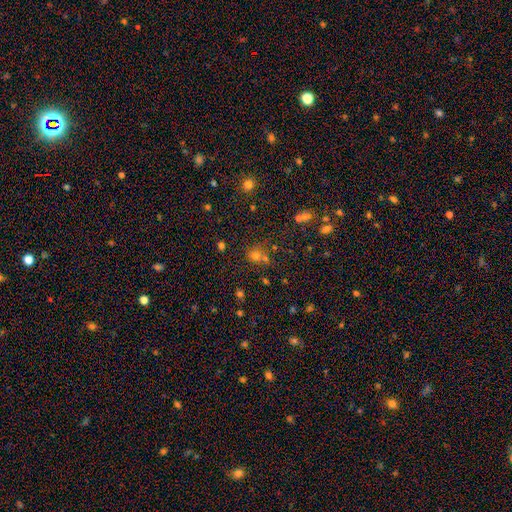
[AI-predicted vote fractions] The model was most divided on "merging": none: 58%, merger: 26%, minor disturbance: 11%, major disturbance: 5%. More confident: how rounded — round (79%); smooth or featured — smooth (64%).